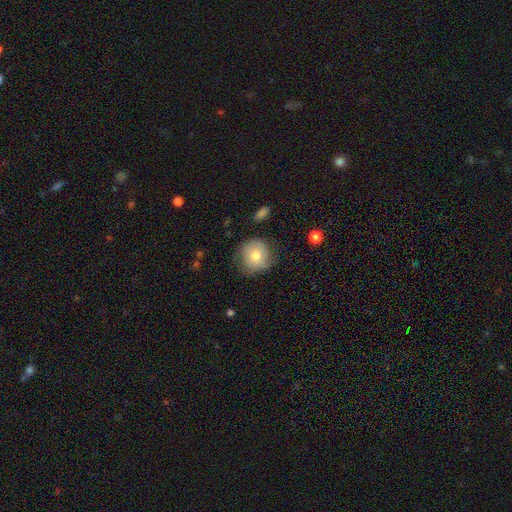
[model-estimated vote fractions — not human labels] A smooth galaxy with no disk features (69%) that is round (87%).

Vote fractions:
- Smooth or featured? smooth: 69% / featured or disk: 24% / star or artifact: 8%
- How rounded? round: 87% / in between: 12% / cigar-shaped: 1%
- Merging? none: 65% / minor disturbance: 25% / major disturbance: 8% / merger: 2%